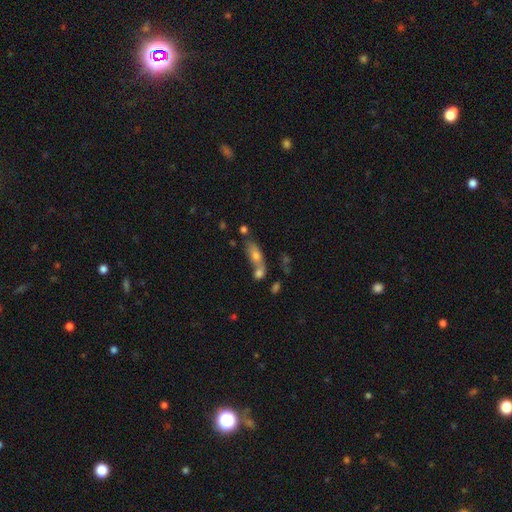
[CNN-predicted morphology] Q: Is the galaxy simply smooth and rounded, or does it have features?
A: smooth — 64%.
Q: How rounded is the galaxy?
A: in between — 70%.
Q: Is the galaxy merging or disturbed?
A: merger — 50%.